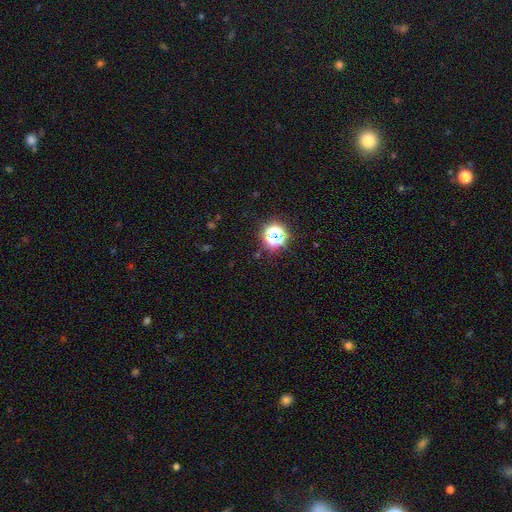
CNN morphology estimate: A star or artifact, not a galaxy (69%).